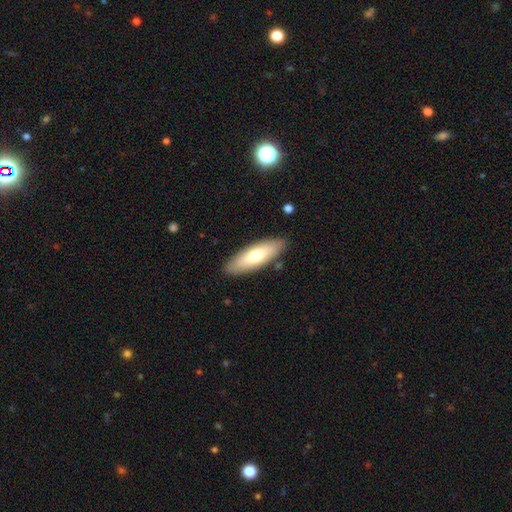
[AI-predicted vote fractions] Smooth or featured? smooth (67%)
How rounded? in between (58%)
Merging? none (87%)